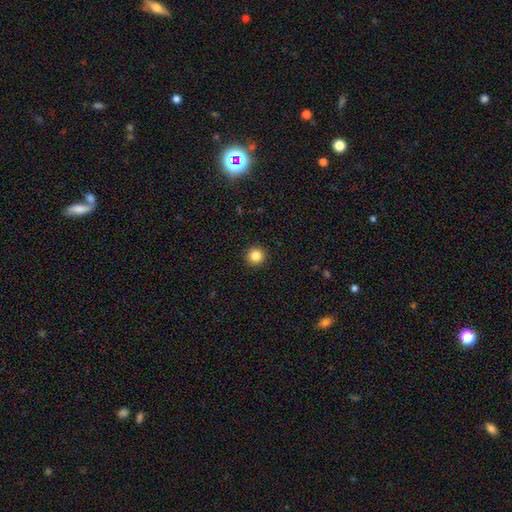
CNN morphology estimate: A smooth galaxy with no disk features (85%) that is round (95%). Merging: none (93%).